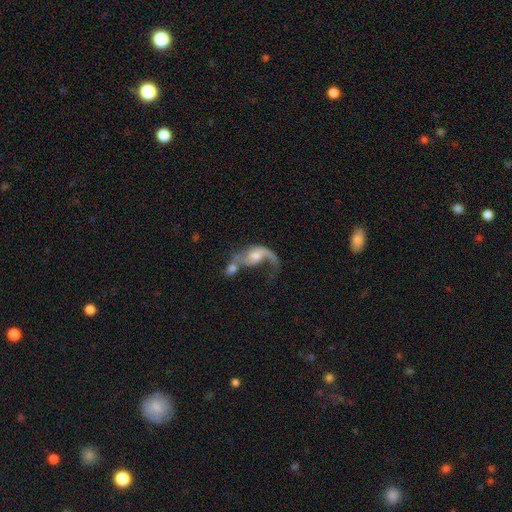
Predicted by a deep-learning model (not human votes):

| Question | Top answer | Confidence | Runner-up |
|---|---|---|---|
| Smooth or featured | featured or disk | 73% | smooth (19%) |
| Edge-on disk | no | 96% | yes (4%) |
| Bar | no | 67% | weak (27%) |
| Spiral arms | yes | 83% | no (17%) |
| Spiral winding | loose | 79% | medium (17%) |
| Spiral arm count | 1 | 51% | 2 (42%) |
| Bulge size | moderate | 58% | small (26%) |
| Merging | merger | 51% | major disturbance (24%) |